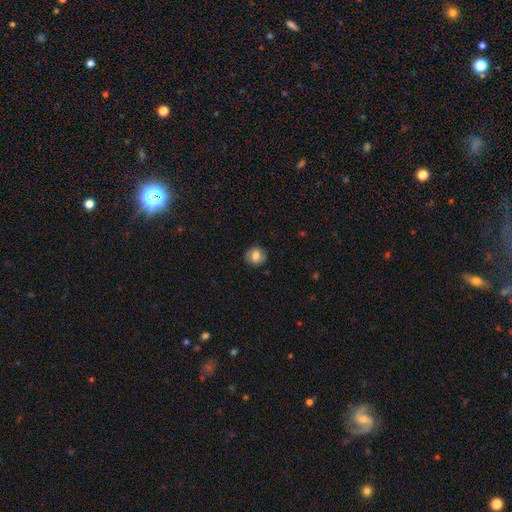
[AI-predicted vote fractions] Smooth or featured?
  - smooth: 72% *
  - featured or disk: 19%
  - star or artifact: 9%
How rounded?
  - round: 83% *
  - in between: 16%
  - cigar-shaped: 1%
Merging?
  - none: 86% *
  - minor disturbance: 10%
  - major disturbance: 3%
  - merger: 1%